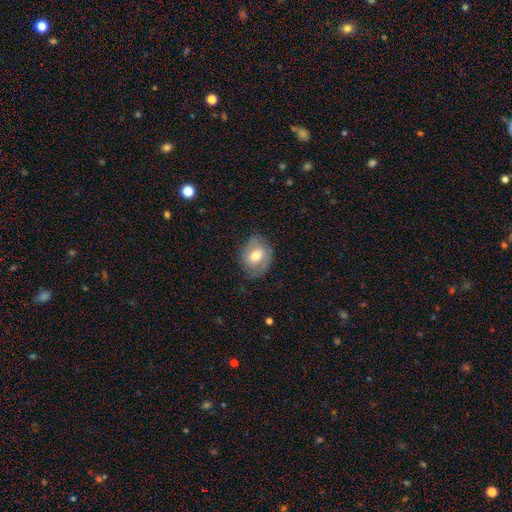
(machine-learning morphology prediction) A smooth galaxy with no disk features (50%) that is in between round and cigar-shaped (56%).

Vote fractions:
- Smooth or featured? smooth: 50% / featured or disk: 43% / star or artifact: 7%
- How rounded? in between: 56% / round: 43% / cigar-shaped: 1%
- Merging? none: 66% / minor disturbance: 24% / major disturbance: 9% / merger: 1%